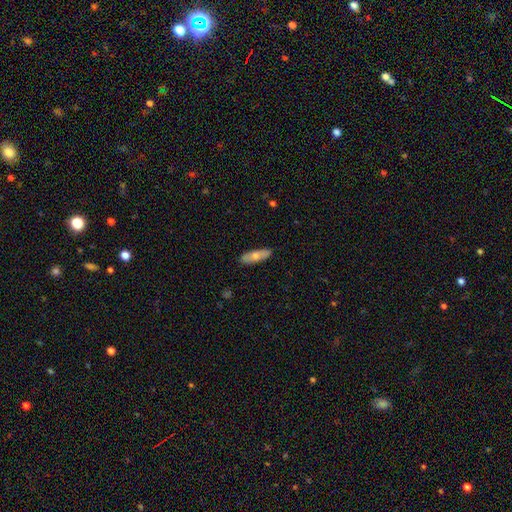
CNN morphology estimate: Smooth or featured: smooth — 66% (featured or disk — 29%)
How rounded: in between — 52% (cigar-shaped — 46%)
Merging: none — 88% (minor disturbance — 9%)